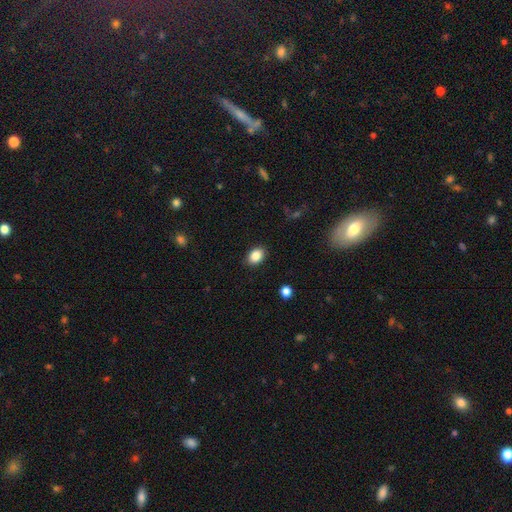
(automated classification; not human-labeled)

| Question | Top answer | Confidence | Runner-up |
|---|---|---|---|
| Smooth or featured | smooth | 87% | star or artifact (8%) |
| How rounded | in between | 78% | round (21%) |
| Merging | none | 88% | minor disturbance (9%) |